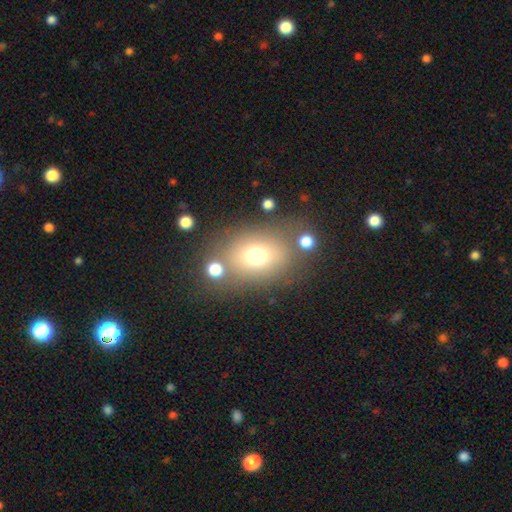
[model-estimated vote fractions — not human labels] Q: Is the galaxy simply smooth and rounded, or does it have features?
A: smooth — 69%.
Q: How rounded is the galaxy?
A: in between — 57%.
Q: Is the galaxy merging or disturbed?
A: none — 69%.